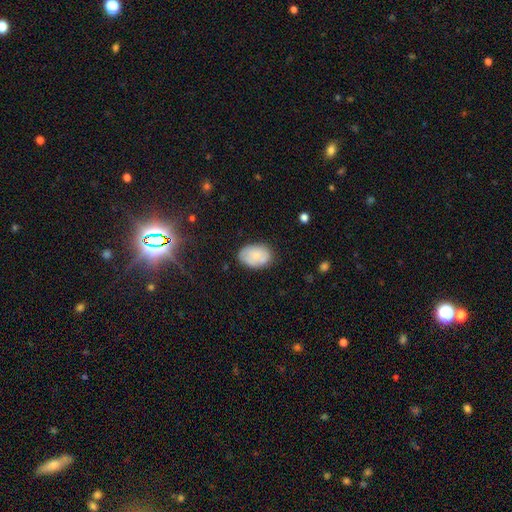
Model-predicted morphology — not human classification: This is likely a smooth galaxy (76%). How rounded: clearly in between (87%). Merging: likely none (76%).